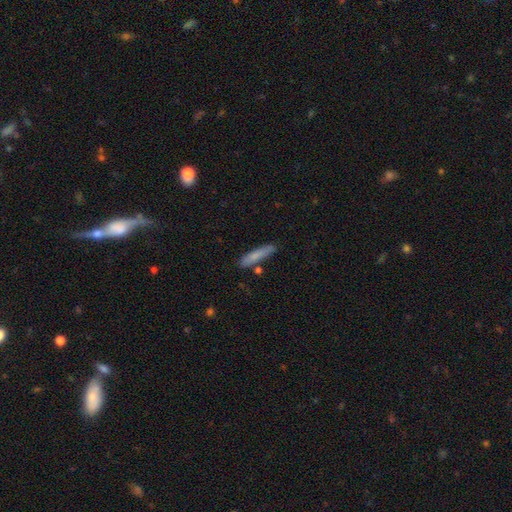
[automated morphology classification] smooth-or-featured: smooth: 76% | featured or disk: 17% | star or artifact: 7%
  how-rounded: cigar-shaped: 89% | in between: 10% | round: 2%
  merging: none: 80% | minor disturbance: 13% | merger: 5% | major disturbance: 2%